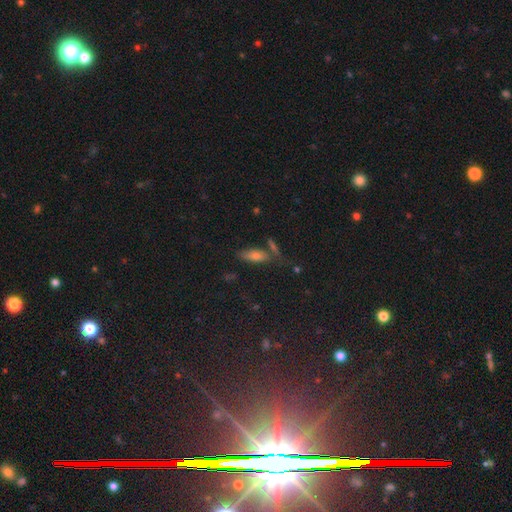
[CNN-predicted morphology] smooth_or_featured: smooth (p=0.64) [alt: featured or disk p=0.19]
how_rounded: in between (p=0.64) [alt: cigar-shaped p=0.32]
merging: none (p=0.64) [alt: merger p=0.15]